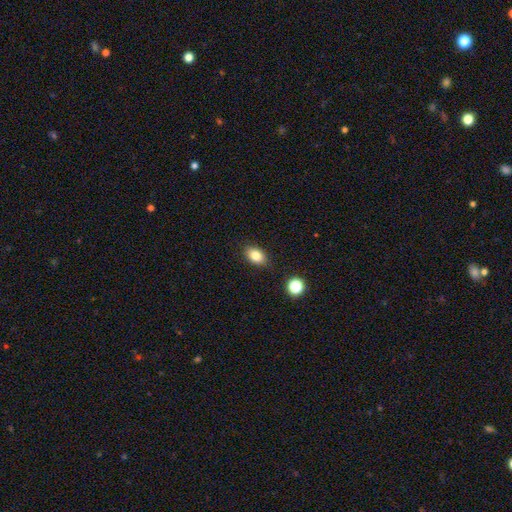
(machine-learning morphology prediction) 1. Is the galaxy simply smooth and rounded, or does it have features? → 83% smooth, 10% star or artifact, 7% featured or disk.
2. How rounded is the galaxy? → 85% in between, 13% round, 2% cigar-shaped.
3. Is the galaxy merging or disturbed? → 86% none, 9% minor disturbance, 2% major disturbance, 2% merger.